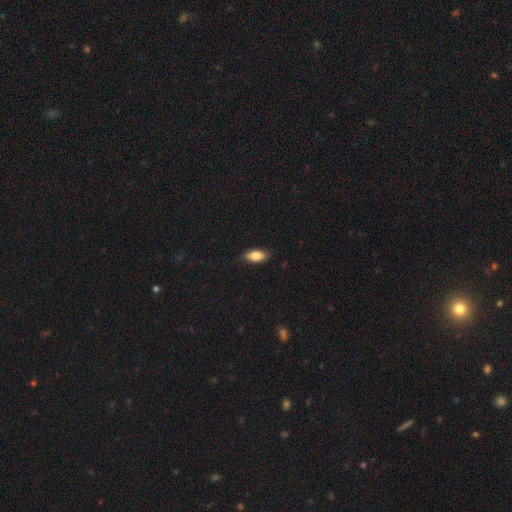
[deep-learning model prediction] The model was most divided on "smooth or featured": smooth: 80%, featured or disk: 13%, star or artifact: 7%. More confident: how rounded — in between (88%); merging — none (84%).